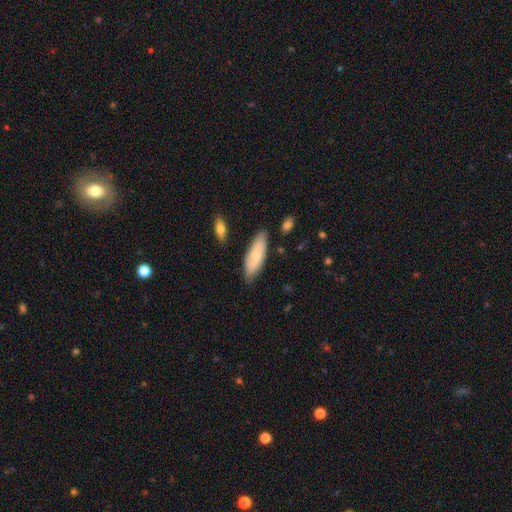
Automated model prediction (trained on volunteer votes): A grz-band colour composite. It shows a smooth galaxy with no disk features (67%) that is in between round and cigar-shaped (63%). Merging: none (78%).